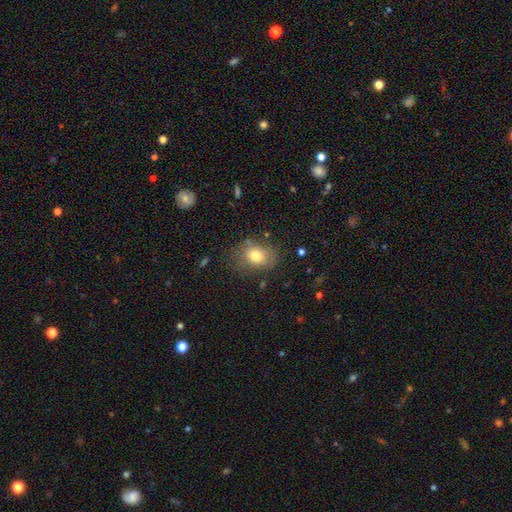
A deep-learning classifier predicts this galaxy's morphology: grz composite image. It shows a smooth galaxy with no disk features (76%) that is in between round and cigar-shaped (61%). Merging: none (72%).